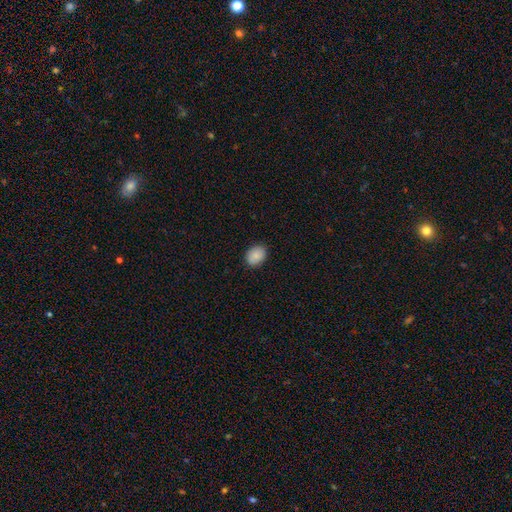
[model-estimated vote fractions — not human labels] Q: Smooth or featured?
A: smooth (89%); runner-up: star or artifact (8%)
Q: How rounded?
A: in between (61%); runner-up: round (39%)
Q: Merging?
A: none (87%); runner-up: minor disturbance (10%)